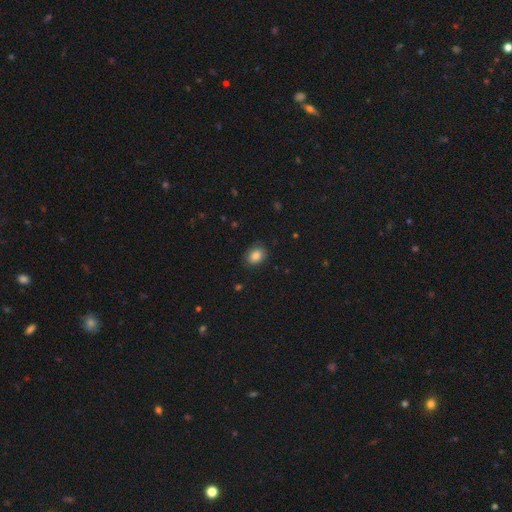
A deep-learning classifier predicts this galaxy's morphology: This appears to be a smooth galaxy with no disk features (86%) that is in between round and cigar-shaped (55%). Merging: none (84%).